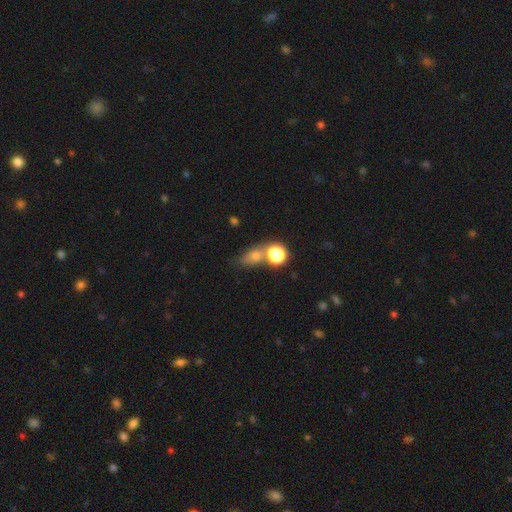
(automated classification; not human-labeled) Q: Smooth or featured?
A: smooth (65%); runner-up: star or artifact (20%)
Q: How rounded?
A: in between (51%); runner-up: round (41%)
Q: Merging?
A: none (47%); runner-up: merger (31%)